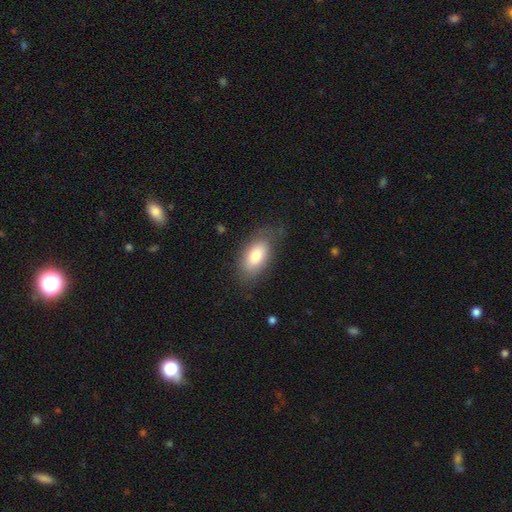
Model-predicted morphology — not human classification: Smooth or featured? Predicted: smooth (p=0.78). How rounded? Predicted: in between (p=0.92). Merging? Predicted: none (p=0.73).